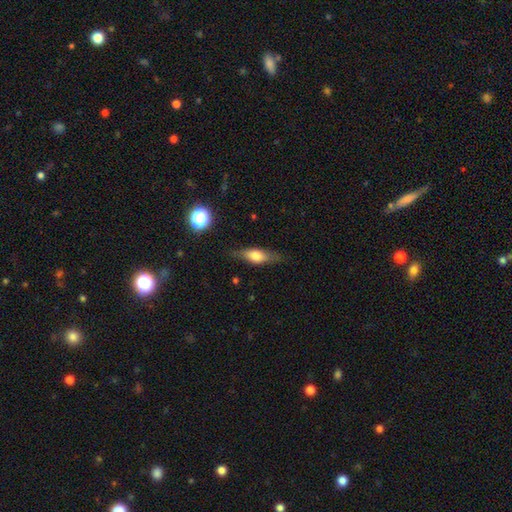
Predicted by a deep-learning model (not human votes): smooth 57%, featured or disk 35%, star or artifact 8%. Down the decision tree: how rounded — in between (57%); merging — none (75%).